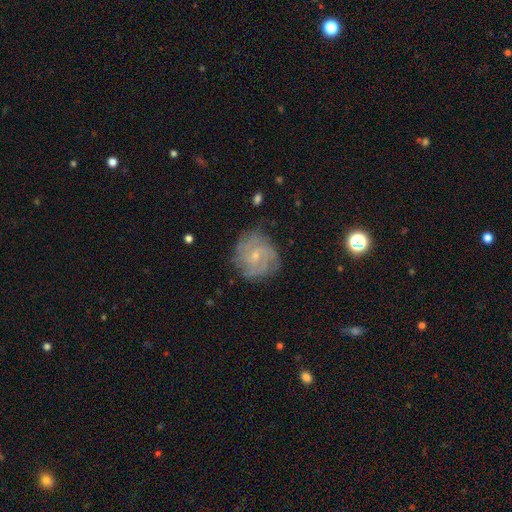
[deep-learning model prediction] Morphology: type=featured or disk (79%); edge-on=no (98%); bar=no (61%); spiral arms=yes (94%); winding=tight (60%); arm count=can't tell (29%); bulge=small (71%); merging=none (76%).